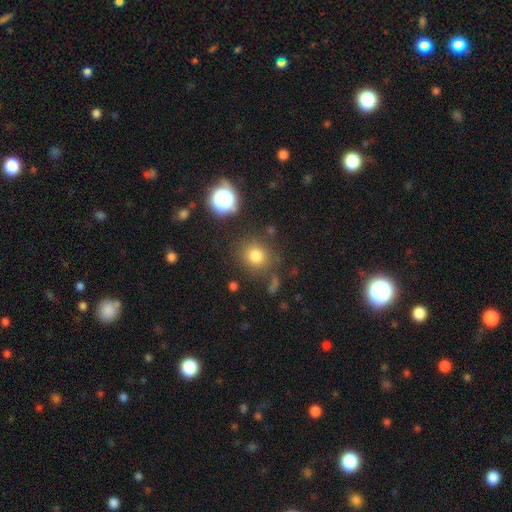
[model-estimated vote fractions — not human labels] A smooth galaxy with no disk features (77%) that is round (85%).

Vote fractions:
- Smooth or featured? smooth: 77% / star or artifact: 16% / featured or disk: 7%
- How rounded? round: 85% / in between: 14% / cigar-shaped: 1%
- Merging? none: 79% / minor disturbance: 11% / major disturbance: 5% / merger: 5%